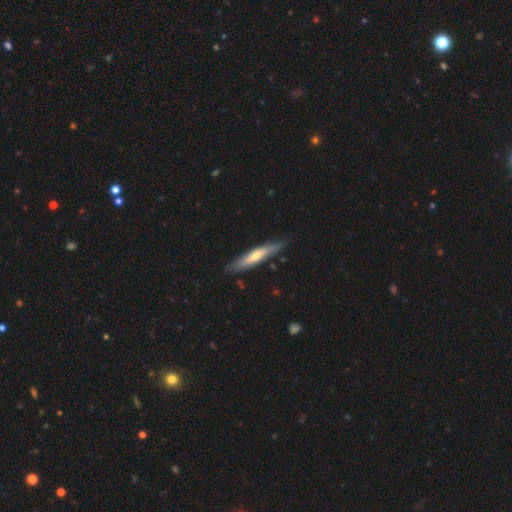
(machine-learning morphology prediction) Smooth or featured? Predicted: featured or disk (p=0.51). Edge-on disk? Predicted: yes (p=0.84). Merging? Predicted: none (p=0.86).